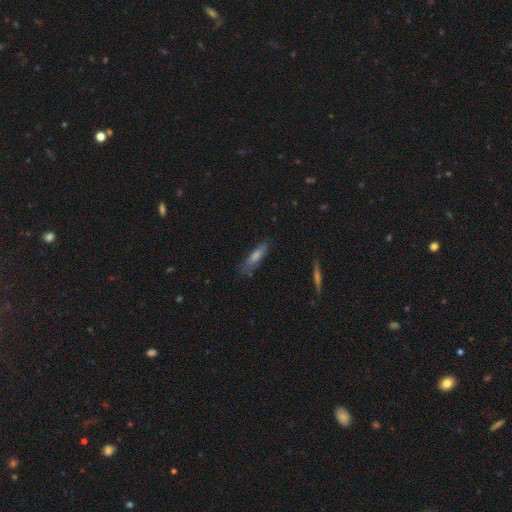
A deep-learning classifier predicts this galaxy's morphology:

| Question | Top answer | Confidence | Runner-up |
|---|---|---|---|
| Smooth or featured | smooth | 56% | featured or disk (33%) |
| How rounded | cigar-shaped | 69% | in between (28%) |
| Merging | none | 75% | minor disturbance (19%) |